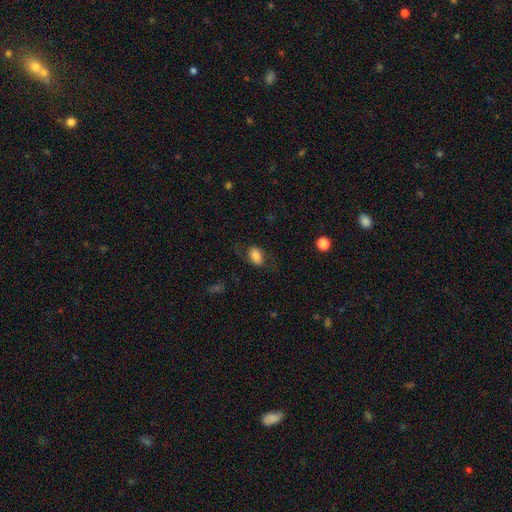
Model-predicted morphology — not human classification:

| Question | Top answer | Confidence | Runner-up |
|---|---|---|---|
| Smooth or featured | smooth | 75% | featured or disk (17%) |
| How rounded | in between | 85% | round (14%) |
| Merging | none | 67% | minor disturbance (18%) |